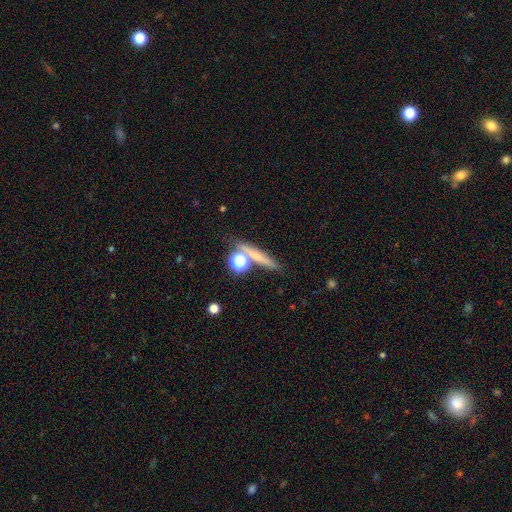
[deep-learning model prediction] Overall: smooth (56%; featured or disk 28%). How rounded: cigar-shaped (64%). Merging: none (71%).